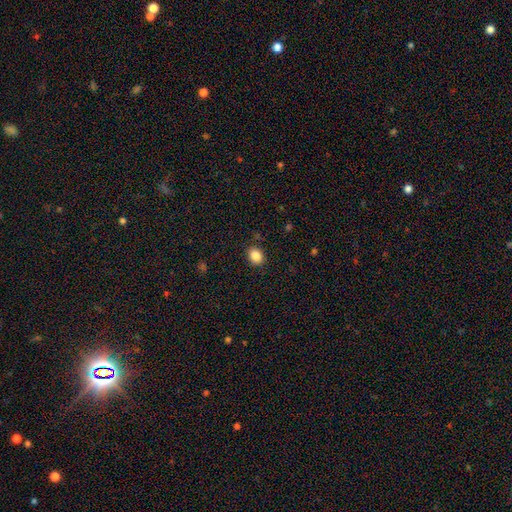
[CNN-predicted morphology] Q: Smooth or featured?
A: smooth (87%); runner-up: star or artifact (9%)
Q: How rounded?
A: in between (56%); runner-up: round (43%)
Q: Merging?
A: none (88%); runner-up: minor disturbance (8%)